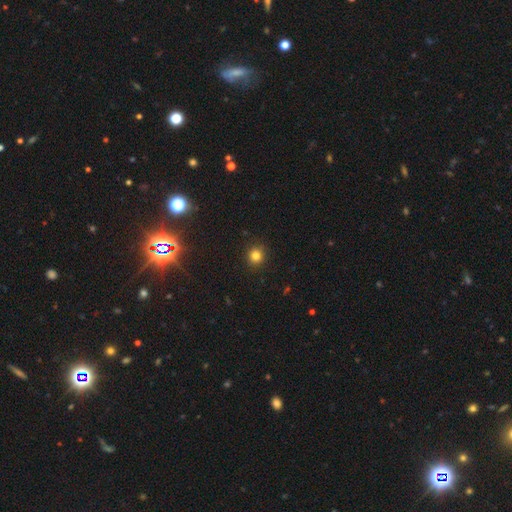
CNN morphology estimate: Smooth or featured: smooth — 82% (star or artifact — 13%)
How rounded: round — 91% (in between — 8%)
Merging: none — 91% (minor disturbance — 6%)